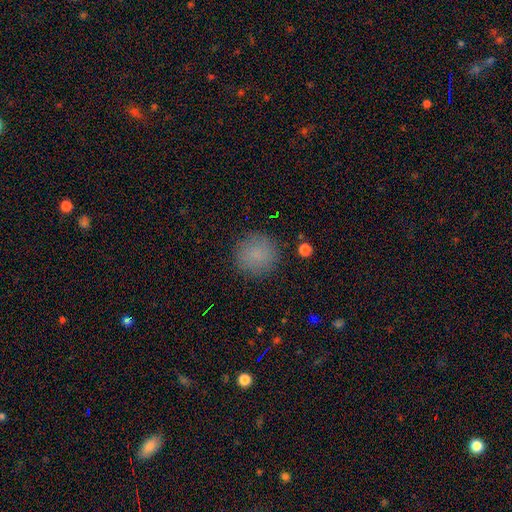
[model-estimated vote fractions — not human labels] The model was most divided on "smooth or featured": smooth: 84%, star or artifact: 11%, featured or disk: 6%. More confident: how rounded — round (93%); merging — none (88%).